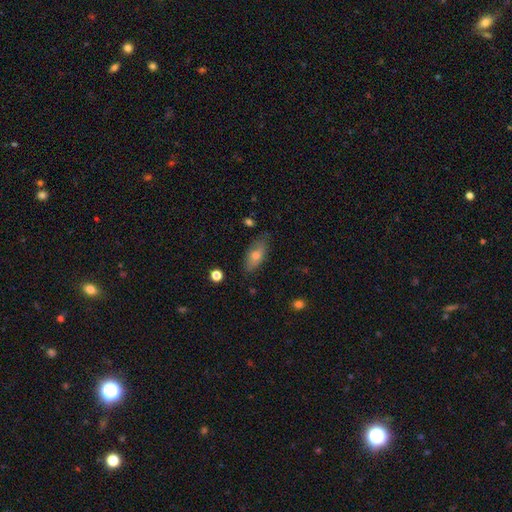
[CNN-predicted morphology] Smooth or featured: smooth — 63% (featured or disk — 29%)
How rounded: in between — 80% (cigar-shaped — 16%)
Merging: none — 81% (minor disturbance — 15%)